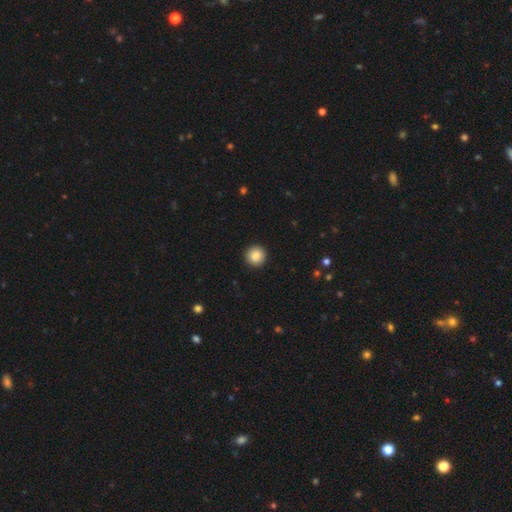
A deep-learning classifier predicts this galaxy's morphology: smooth 86%, star or artifact 8%, featured or disk 5%. Down the decision tree: how rounded — round (96%); merging — none (93%).